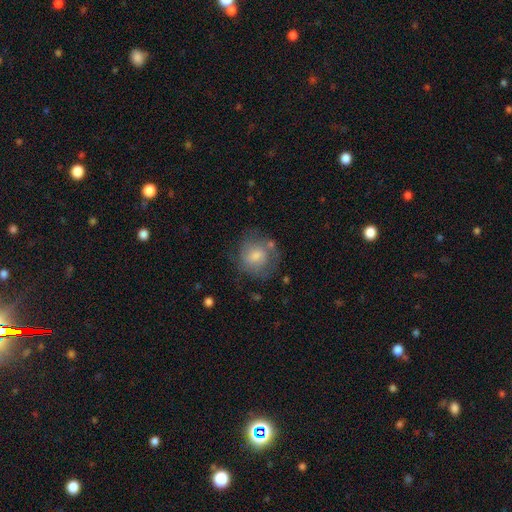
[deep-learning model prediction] smooth-or-featured: smooth: 58% | featured or disk: 34% | star or artifact: 8%
  how-rounded: round: 80% | in between: 19% | cigar-shaped: 1%
  merging: none: 59% | minor disturbance: 23% | major disturbance: 13% | merger: 5%